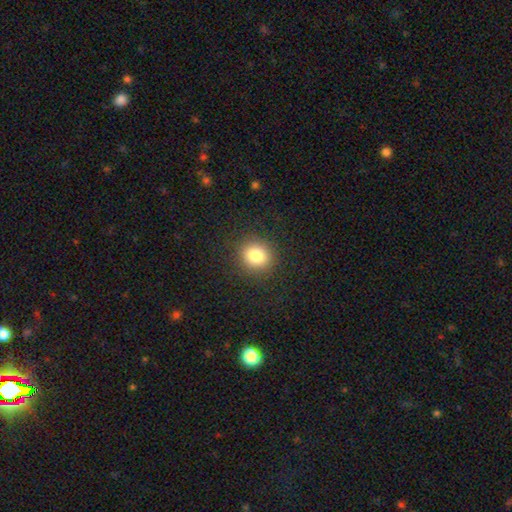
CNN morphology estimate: Smooth or featured: smooth — 83% (star or artifact — 11%)
How rounded: round — 85% (in between — 14%)
Merging: none — 89% (minor disturbance — 7%)